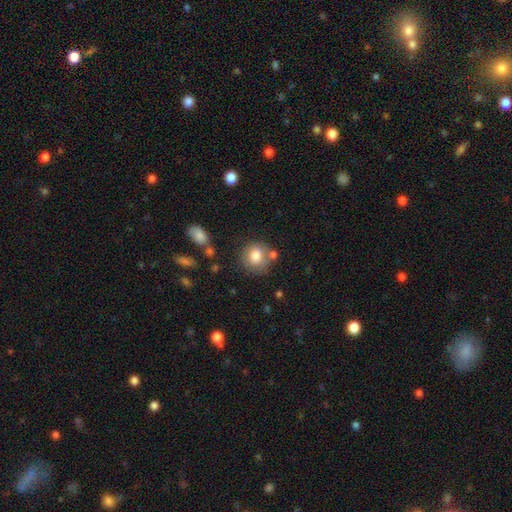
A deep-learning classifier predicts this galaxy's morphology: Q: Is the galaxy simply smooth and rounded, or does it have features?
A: smooth — 77%.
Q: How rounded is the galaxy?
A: round — 81%.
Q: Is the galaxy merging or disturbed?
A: none — 63%.